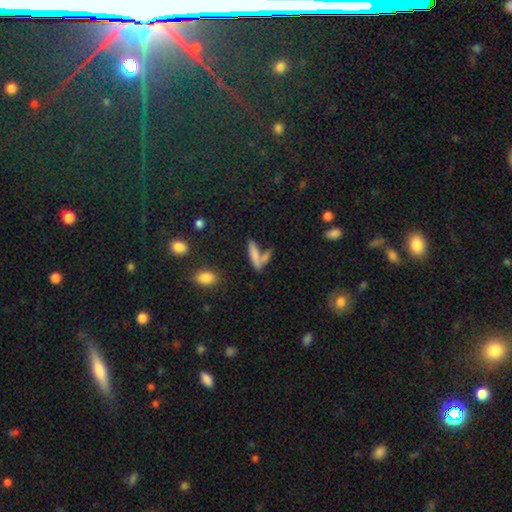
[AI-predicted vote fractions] This is likely a smooth galaxy (72%). How rounded: likely cigar-shaped (72%). Merging: possibly none (46%).